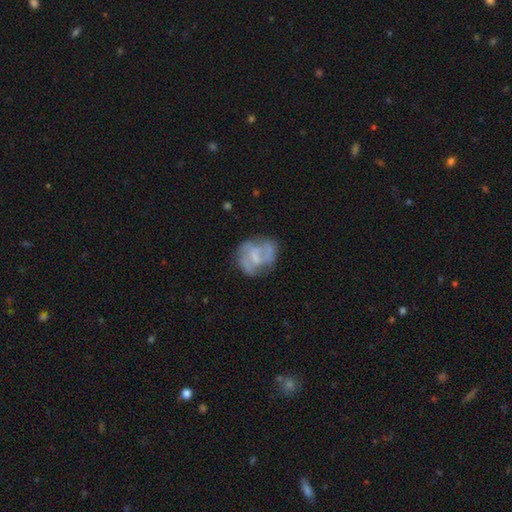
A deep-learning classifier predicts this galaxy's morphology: Smooth or featured? featured or disk (65%)
Edge-on disk? no (98%)
Bar? no (49%)
Spiral arms? yes (66%)
Bulge size? none (47%)
Merging? none (55%)